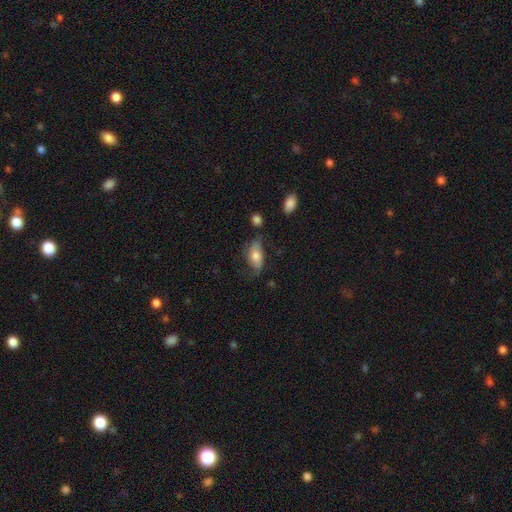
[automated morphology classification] type=smooth (56%); roundness=in between (86%); merging=none (54%).